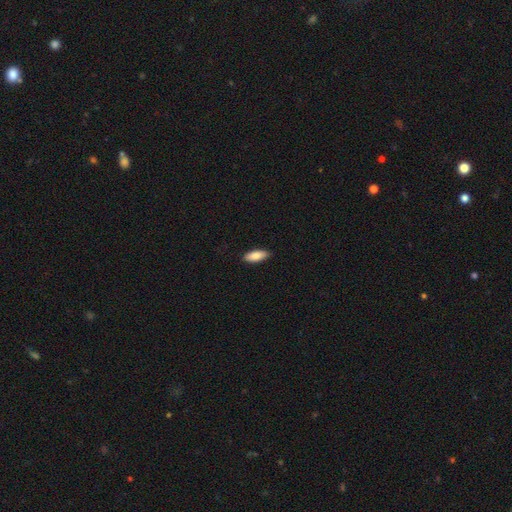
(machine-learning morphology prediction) Smooth or featured? Predicted: smooth (p=0.85). How rounded? Predicted: in between (p=0.76). Merging? Predicted: none (p=0.87).